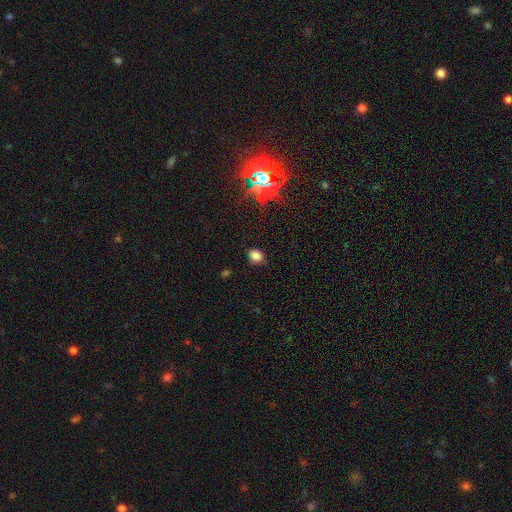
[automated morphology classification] smooth 78%, star or artifact 17%, featured or disk 5%. Down the decision tree: how rounded — round (56%); merging — none (83%).